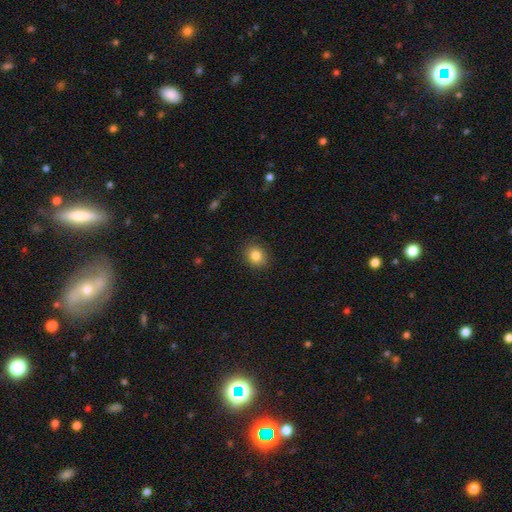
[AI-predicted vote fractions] This appears to be a smooth galaxy with no disk features (84%) that is round (71%). Merging: none (88%).